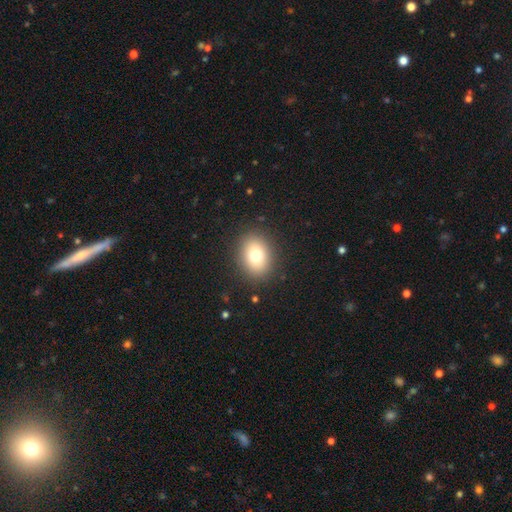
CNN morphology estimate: Smooth or featured? Predicted: smooth (p=0.76). How rounded? Predicted: in between (p=0.52). Merging? Predicted: none (p=0.88).